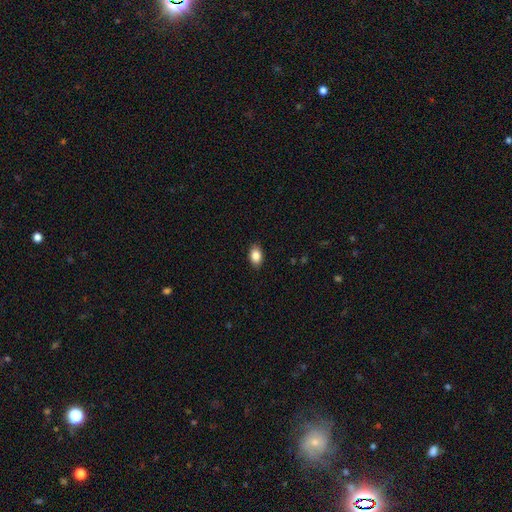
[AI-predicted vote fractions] This appears to be a smooth galaxy with no disk features (86%) that is in between round and cigar-shaped (85%). Merging: none (89%).